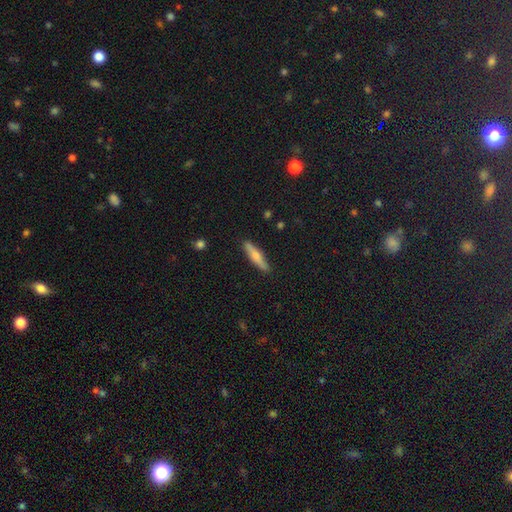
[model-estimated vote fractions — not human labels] A smooth galaxy with no disk features (60%) that is cigar-shaped (83%). Merging: none (88%).